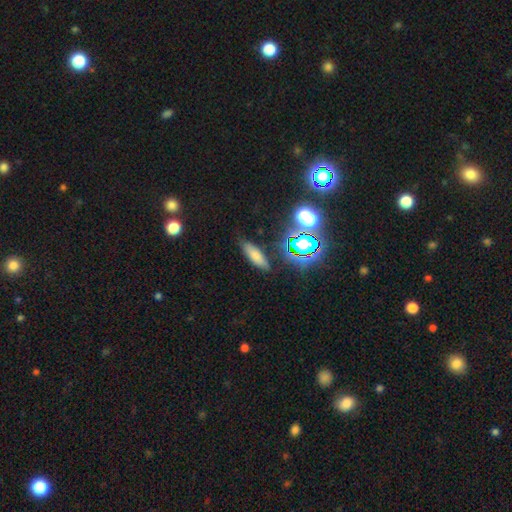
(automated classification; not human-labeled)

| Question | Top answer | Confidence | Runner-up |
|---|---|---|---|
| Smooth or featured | smooth | 66% | star or artifact (19%) |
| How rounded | in between | 48% | cigar-shaped (47%) |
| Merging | none | 81% | minor disturbance (13%) |